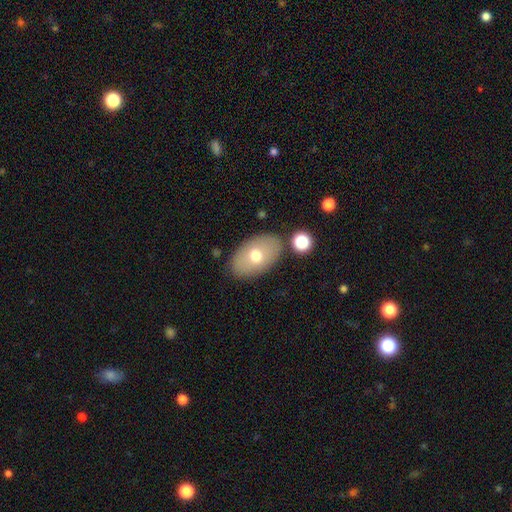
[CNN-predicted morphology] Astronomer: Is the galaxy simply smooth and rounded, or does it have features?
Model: smooth — 68%.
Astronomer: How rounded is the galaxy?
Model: in between — 91%.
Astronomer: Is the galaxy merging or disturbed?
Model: none — 80%.